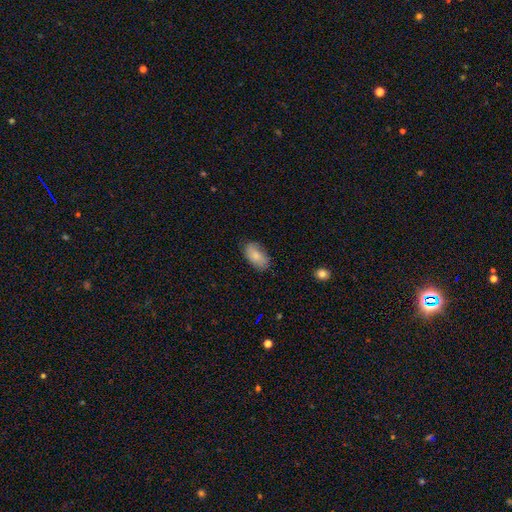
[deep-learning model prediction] smooth-or-featured: smooth: 81% | featured or disk: 12% | star or artifact: 6%
  how-rounded: in between: 94% | round: 3% | cigar-shaped: 3%
  merging: none: 79% | minor disturbance: 16% | major disturbance: 3% | merger: 1%